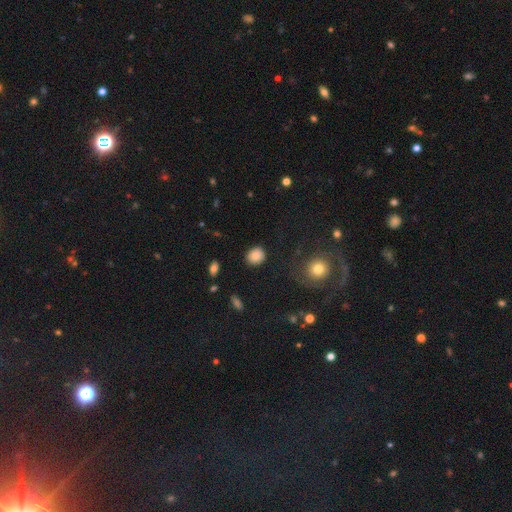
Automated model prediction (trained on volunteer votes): smooth-or-featured: smooth: 84% | star or artifact: 10% | featured or disk: 6%
  how-rounded: round: 74% | in between: 24% | cigar-shaped: 1%
  merging: none: 87% | minor disturbance: 9% | major disturbance: 3% | merger: 1%